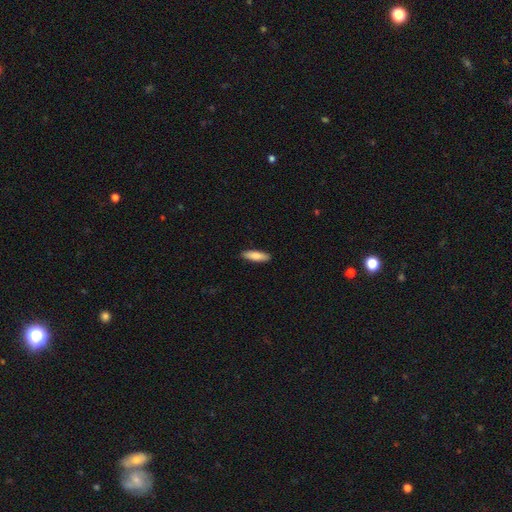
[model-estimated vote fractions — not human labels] smooth-or-featured: smooth: 85% | featured or disk: 10% | star or artifact: 5%
  how-rounded: cigar-shaped: 59% | in between: 40% | round: 2%
  merging: none: 90% | minor disturbance: 7% | major disturbance: 2% | merger: 1%